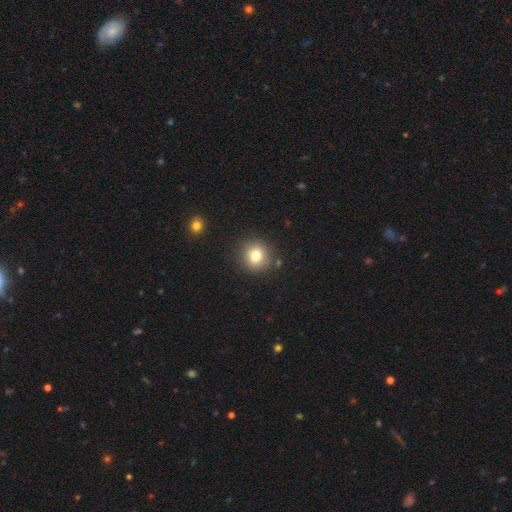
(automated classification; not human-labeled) Overall: smooth (79%). How rounded: round (90%). Merging: none (86%).